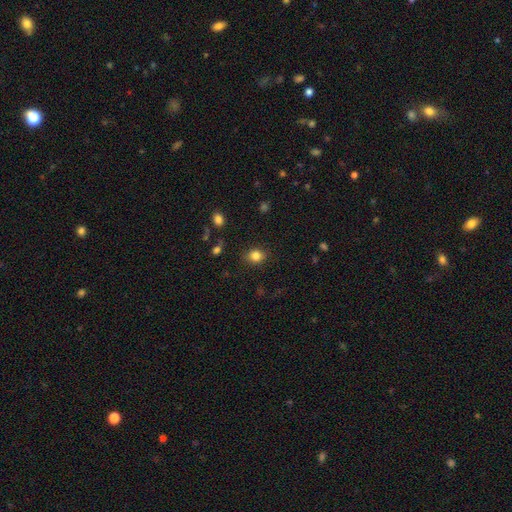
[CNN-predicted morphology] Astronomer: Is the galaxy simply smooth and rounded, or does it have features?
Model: smooth — 83%.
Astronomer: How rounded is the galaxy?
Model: round — 63%.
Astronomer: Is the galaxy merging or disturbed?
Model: none — 83%.